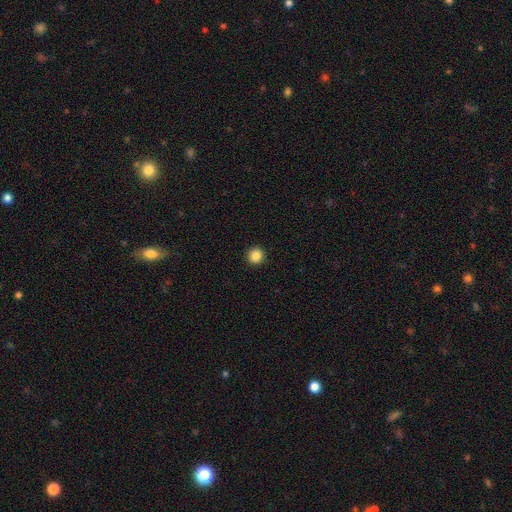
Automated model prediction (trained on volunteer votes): smooth-or-featured: smooth: 86% | star or artifact: 11% | featured or disk: 4%
  how-rounded: round: 95% | in between: 4% | cigar-shaped: 1%
  merging: none: 93% | minor disturbance: 4% | major disturbance: 2% | merger: 1%